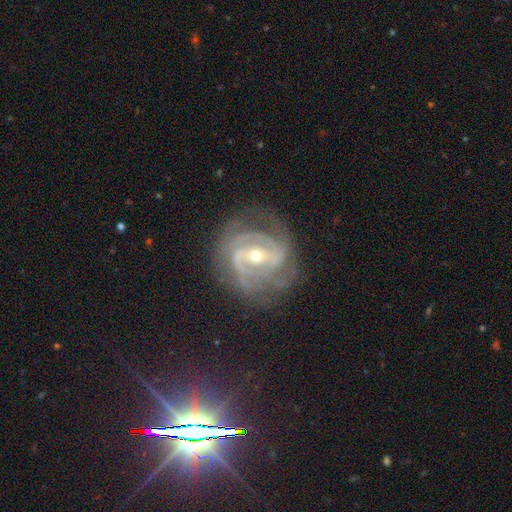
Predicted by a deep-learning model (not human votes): This is clearly a featured or disk galaxy (90%). It is clearly not viewed edge-on (96%). Bar: possibly strong (55%). Spiral arm pattern: clearly yes (96%). Spiral arm count: marginally 2 (34%). Spiral winding: possibly tight (55%). Central bulge: possibly small (51%). Merging: likely none (73%).